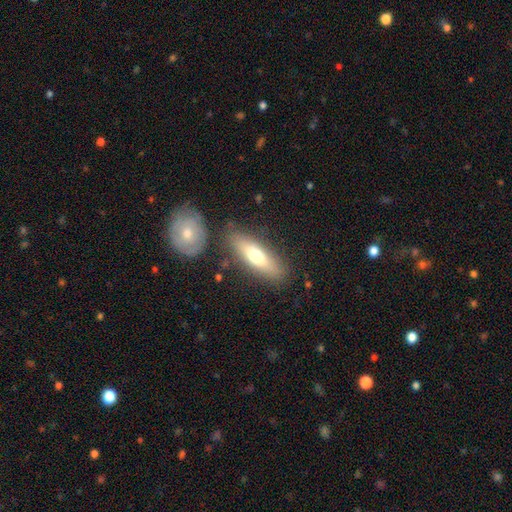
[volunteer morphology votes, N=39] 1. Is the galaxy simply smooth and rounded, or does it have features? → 62% smooth, 36% featured or disk, 3% star or artifact.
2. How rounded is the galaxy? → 58% in between, 38% cigar-shaped, 4% round.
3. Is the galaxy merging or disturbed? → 71% none, 18% minor disturbance, 8% major disturbance, 3% merger.